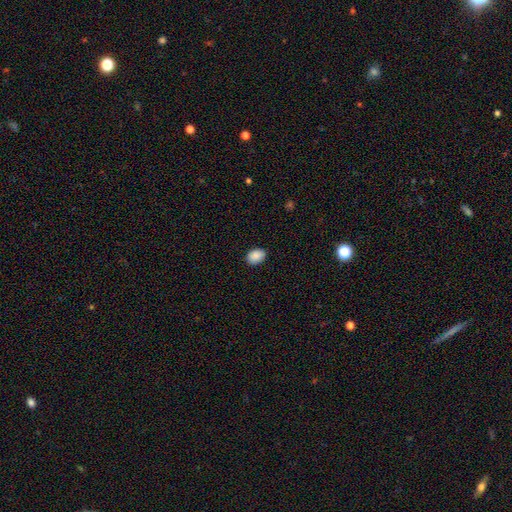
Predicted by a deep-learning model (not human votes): Smooth or featured? smooth (90%)
How rounded? in between (74%)
Merging? none (89%)